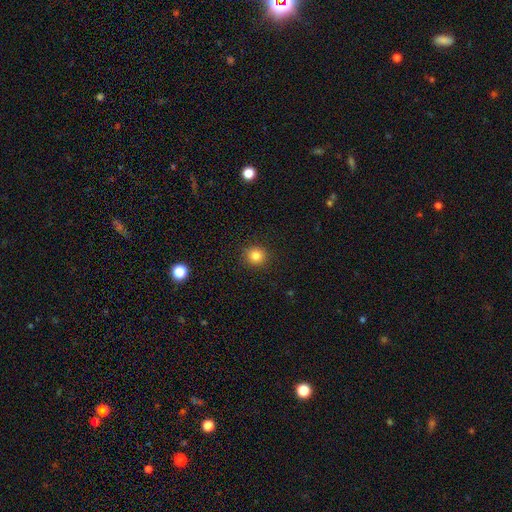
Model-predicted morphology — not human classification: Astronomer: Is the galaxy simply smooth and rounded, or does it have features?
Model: smooth — 83%.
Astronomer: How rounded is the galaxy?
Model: round — 91%.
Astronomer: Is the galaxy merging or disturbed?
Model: none — 91%.